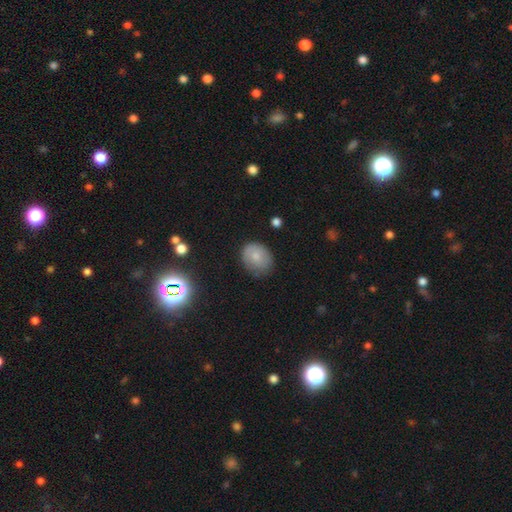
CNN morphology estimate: smooth_or_featured: smooth (p=0.75) [alt: featured or disk p=0.16]
how_rounded: round (p=0.54) [alt: in between p=0.46]
merging: none (p=0.71) [alt: minor disturbance p=0.22]